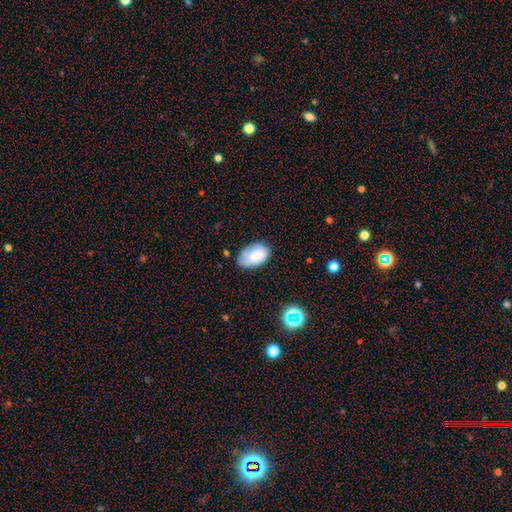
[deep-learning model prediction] smooth 79%, featured or disk 13%, star or artifact 8%. Down the decision tree: how rounded — in between (92%); merging — none (64%).